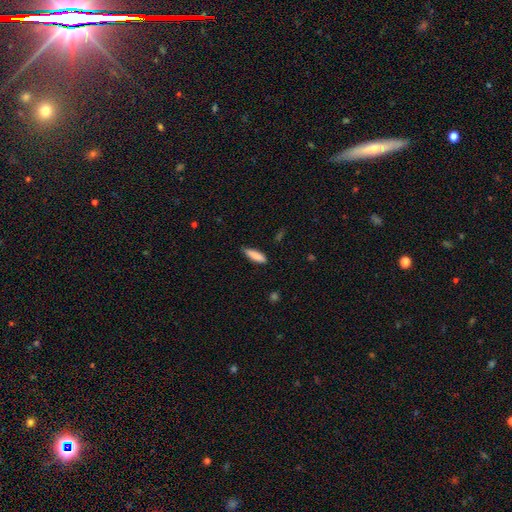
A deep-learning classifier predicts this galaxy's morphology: Overall: smooth (86%). How rounded: cigar-shaped (57%; in between 42%). Merging: none (79%).